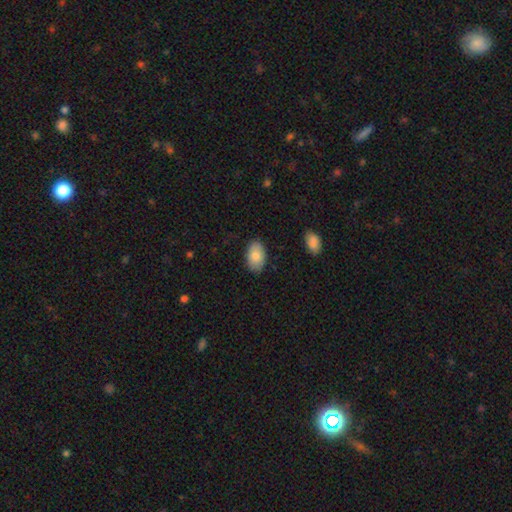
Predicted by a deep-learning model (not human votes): The model was most divided on "merging": none: 85%, minor disturbance: 12%, major disturbance: 2%, merger: 1%. More confident: how rounded — in between (92%); smooth or featured — smooth (84%).